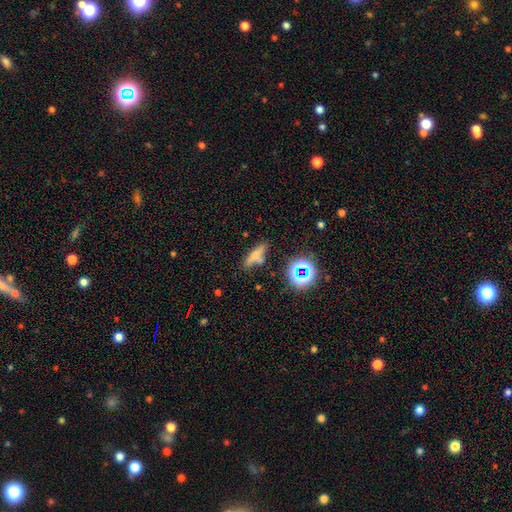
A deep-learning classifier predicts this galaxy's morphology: type=smooth (57%); roundness=cigar-shaped (58%); merging=none (66%).